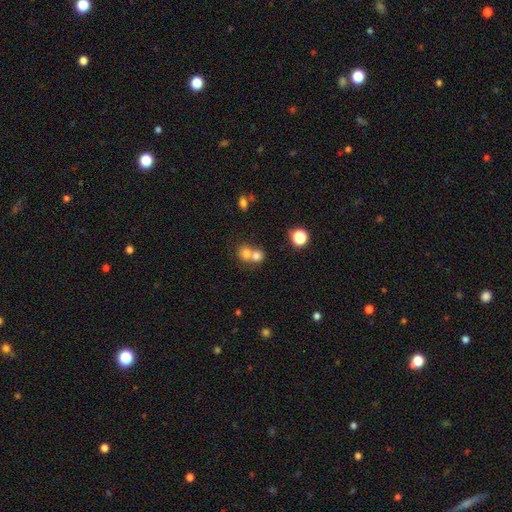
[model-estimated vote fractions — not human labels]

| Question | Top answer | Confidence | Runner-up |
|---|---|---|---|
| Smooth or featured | smooth | 74% | star or artifact (13%) |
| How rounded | round | 74% | in between (25%) |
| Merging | merger | 62% | none (30%) |